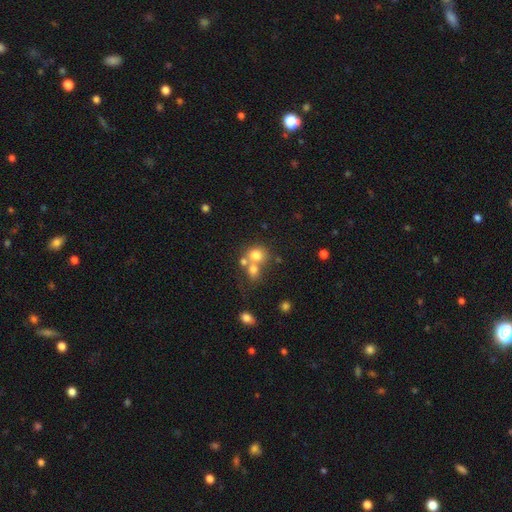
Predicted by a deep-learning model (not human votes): A smooth galaxy with no disk features (72%) that is round (75%).

Vote fractions:
- Smooth or featured? smooth: 72% / featured or disk: 14% / star or artifact: 14%
- How rounded? round: 75% / in between: 24% / cigar-shaped: 1%
- Merging? merger: 48% / none: 39% / minor disturbance: 8% / major disturbance: 5%